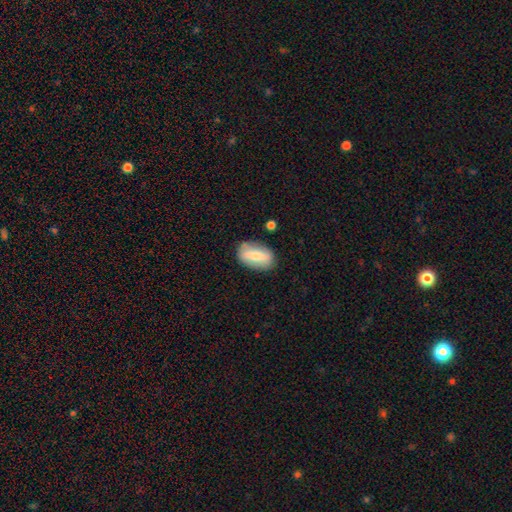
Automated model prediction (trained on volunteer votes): smooth_or_featured: smooth (p=0.63) [alt: featured or disk p=0.31]
how_rounded: in between (p=0.87) [alt: round p=0.07]
merging: none (p=0.79) [alt: minor disturbance p=0.15]